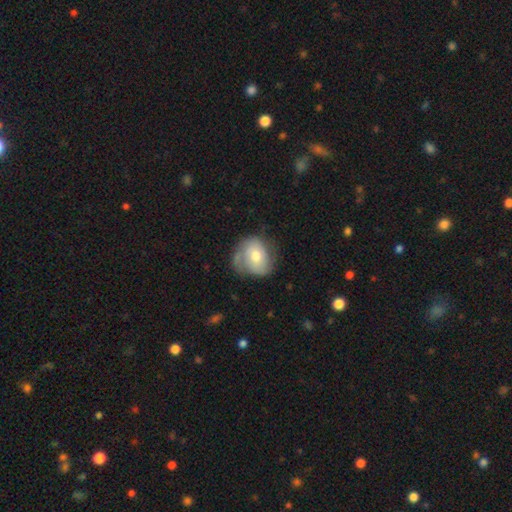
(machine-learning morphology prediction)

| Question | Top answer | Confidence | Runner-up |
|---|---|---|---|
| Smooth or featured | smooth | 57% | featured or disk (36%) |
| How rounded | round | 67% | in between (32%) |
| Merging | none | 53% | minor disturbance (32%) |